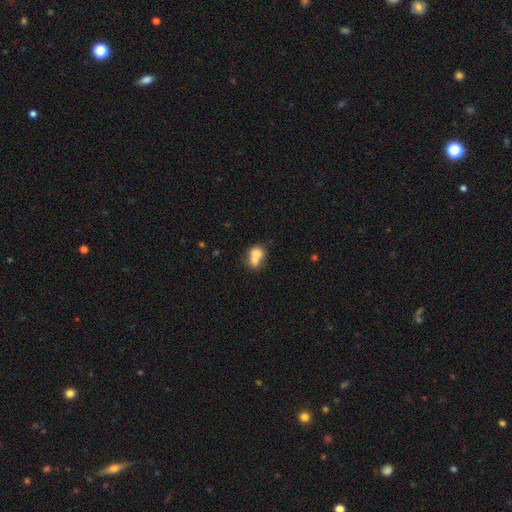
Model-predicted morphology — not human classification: Smooth or featured?
  - smooth: 67% *
  - featured or disk: 24%
  - star or artifact: 9%
How rounded?
  - round: 51% *
  - in between: 48%
  - cigar-shaped: 1%
Merging?
  - merger: 70% *
  - none: 20%
  - minor disturbance: 6%
  - major disturbance: 3%